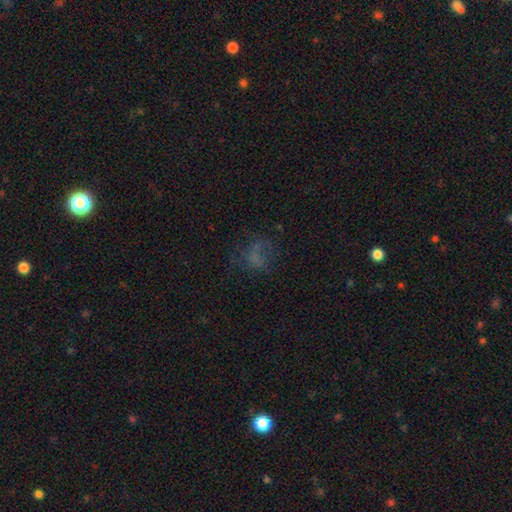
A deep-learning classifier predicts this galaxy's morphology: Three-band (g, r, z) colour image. It shows a smooth galaxy with no disk features (45%). Merging: none (48%).